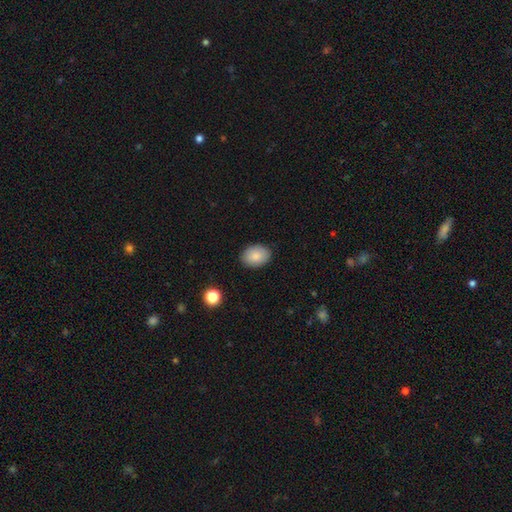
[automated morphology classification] smooth_or_featured: smooth (p=0.86) [alt: star or artifact p=0.07]
how_rounded: in between (p=0.75) [alt: round p=0.24]
merging: none (p=0.87) [alt: minor disturbance p=0.09]